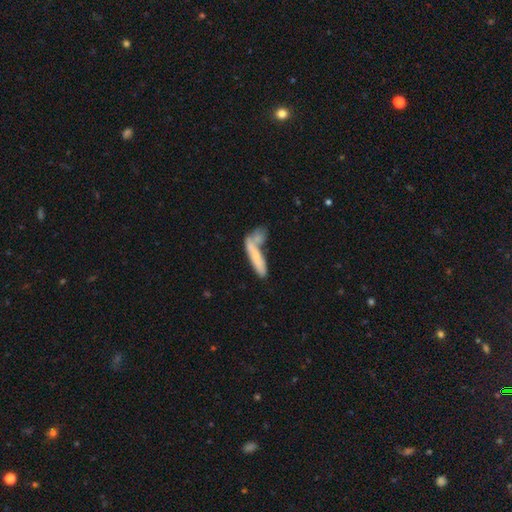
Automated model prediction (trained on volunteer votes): Smooth or featured? Predicted: smooth (p=0.62). How rounded? Predicted: cigar-shaped (p=0.77). Merging? Predicted: merger (p=0.44).